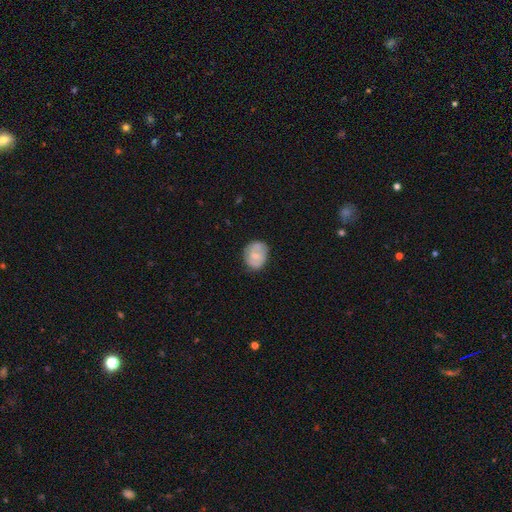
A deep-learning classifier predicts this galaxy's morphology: This is possibly a smooth galaxy (56%). How rounded: possibly round (54%). Merging: likely none (72%).